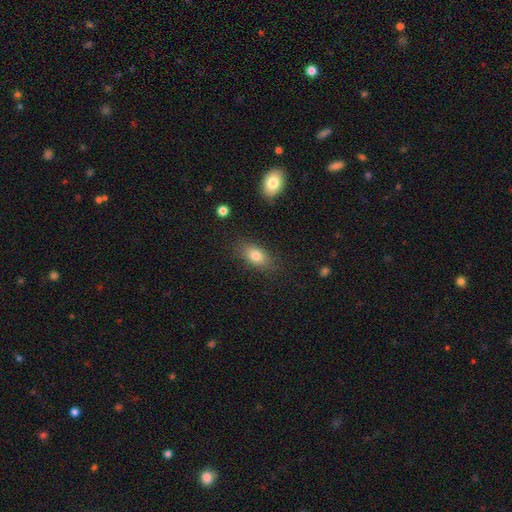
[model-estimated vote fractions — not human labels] The model was most divided on "merging": none: 82%, minor disturbance: 13%, major disturbance: 4%, merger: 2%. More confident: how rounded — in between (85%); smooth or featured — smooth (81%).